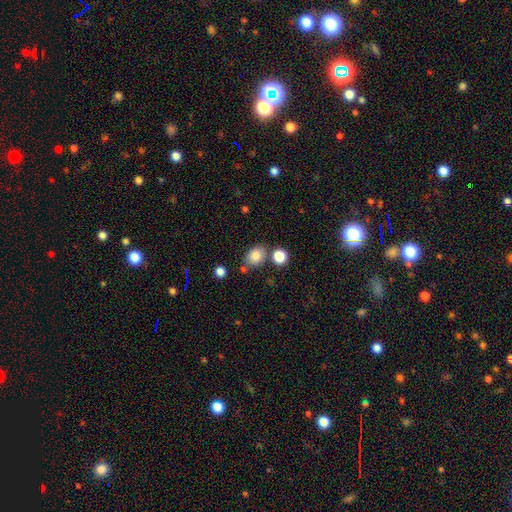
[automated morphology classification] Smooth or featured?
  - smooth: 83% *
  - star or artifact: 10%
  - featured or disk: 7%
How rounded?
  - in between: 60% *
  - round: 39%
  - cigar-shaped: 1%
Merging?
  - none: 71% *
  - minor disturbance: 13%
  - merger: 12%
  - major disturbance: 4%